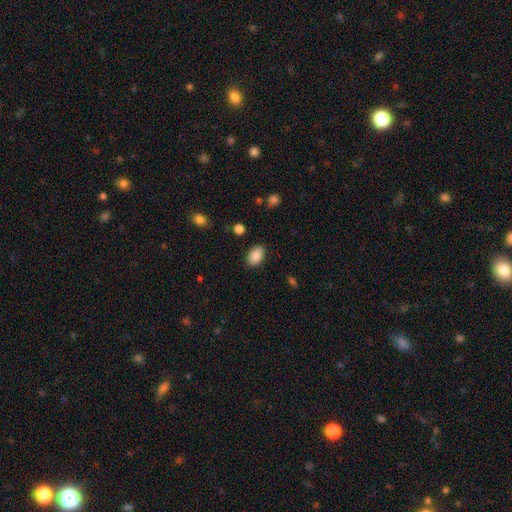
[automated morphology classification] Smooth or featured? Predicted: smooth (p=0.87). How rounded? Predicted: in between (p=0.86). Merging? Predicted: none (p=0.87).